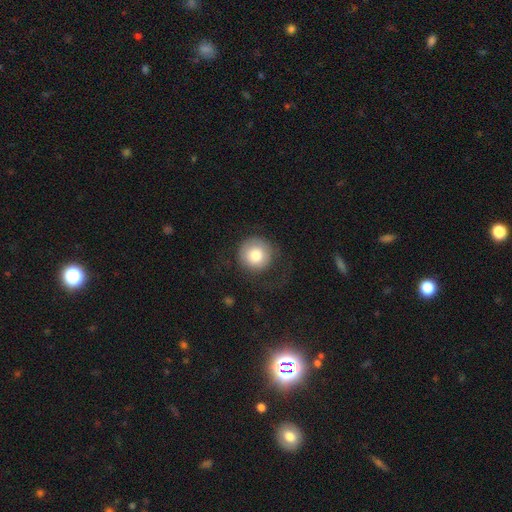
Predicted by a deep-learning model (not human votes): A smooth galaxy with no disk features (78%) that is round (95%). Merging: none (62%).